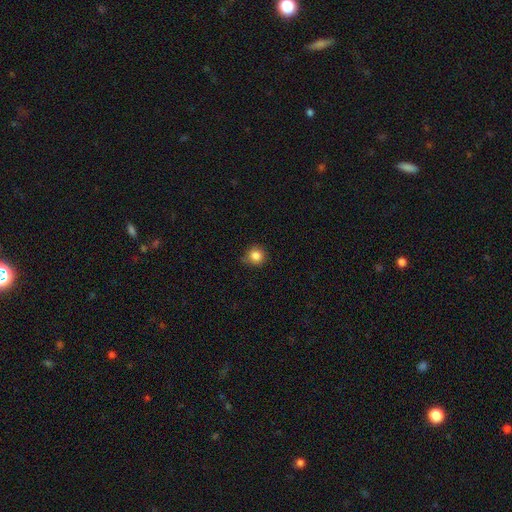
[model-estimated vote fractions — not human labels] This is clearly a smooth galaxy (84%). How rounded: clearly round (92%). Merging: likely none (76%).